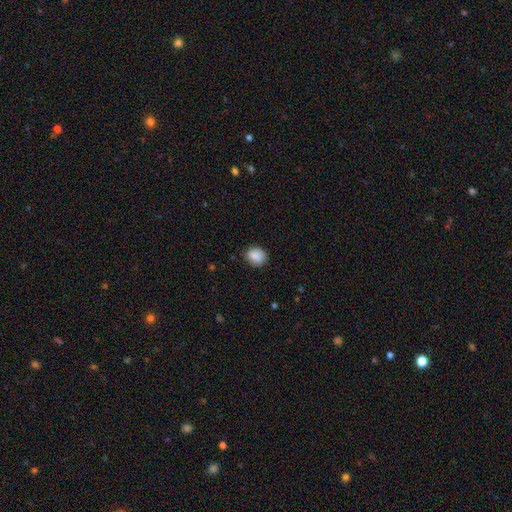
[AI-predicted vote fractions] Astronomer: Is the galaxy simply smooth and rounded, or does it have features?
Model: smooth — 87%.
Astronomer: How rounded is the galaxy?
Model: round — 55% (runner-up: in between, 44%).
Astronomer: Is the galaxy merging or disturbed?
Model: none — 81%.